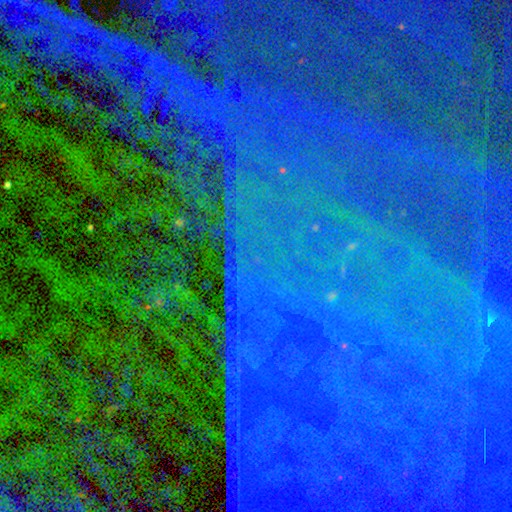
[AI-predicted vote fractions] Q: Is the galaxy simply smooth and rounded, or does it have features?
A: star or artifact — 86%.